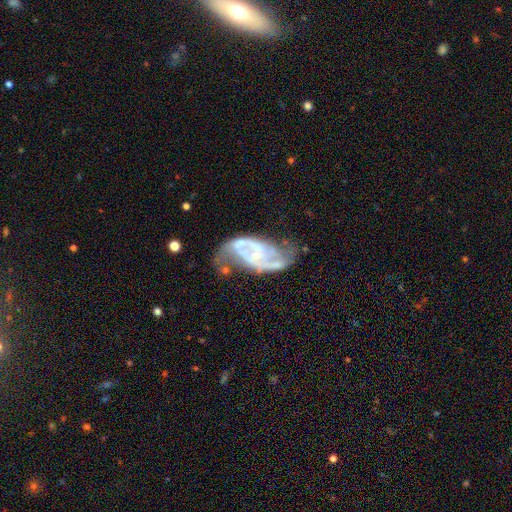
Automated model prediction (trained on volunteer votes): smooth-or-featured: featured or disk: 86% | smooth: 8% | star or artifact: 6%
  disk-edge-on: no: 96% | yes: 4%
    bar: no: 57% | weak: 32% | strong: 11%
    has-spiral-arms: yes: 90% | no: 10%
      spiral-winding: medium: 46% | loose: 31% | tight: 23%
      spiral-arm-count: 2: 75% | can't tell: 12% | 3: 6% | 1: 3% | 4: 2% | more than 4: 2%
    bulge-size: small: 73% | moderate: 19% | none: 5% | large: 1% | dominant: 1%
  merging: none: 43% | minor disturbance: 26% | major disturbance: 26% | merger: 5%